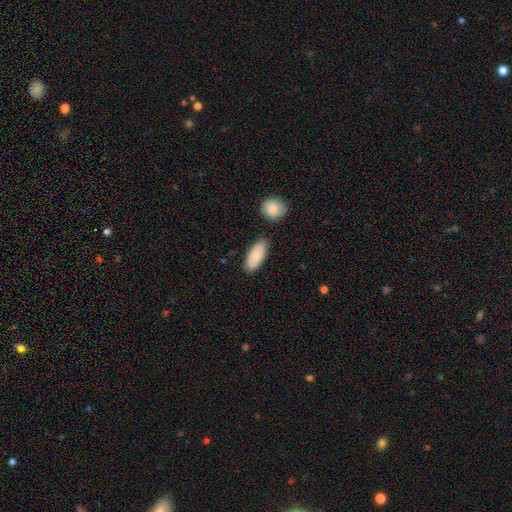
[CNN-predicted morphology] Smooth or featured? smooth (81%)
How rounded? in between (87%)
Merging? none (78%)